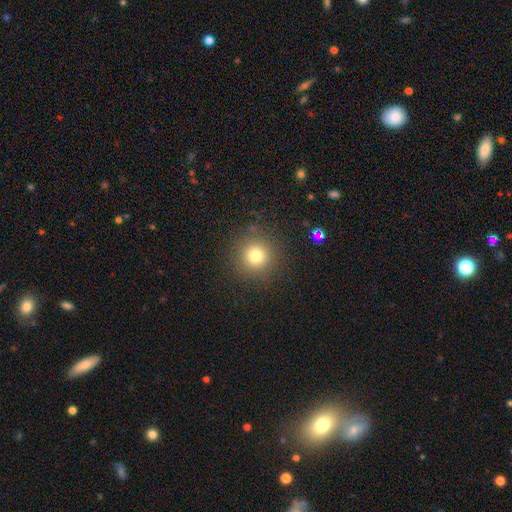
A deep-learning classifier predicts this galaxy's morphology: A smooth galaxy with no disk features (77%) that is round (95%).

Vote fractions:
- Smooth or featured? smooth: 77% / star or artifact: 15% / featured or disk: 8%
- How rounded? round: 95% / in between: 4% / cigar-shaped: 1%
- Merging? none: 89% / minor disturbance: 7% / major disturbance: 3% / merger: 1%